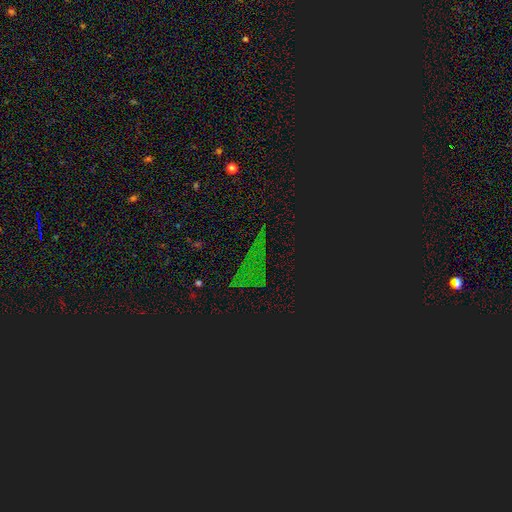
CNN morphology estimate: This is likely a star or artifact rather than a galaxy (78%).